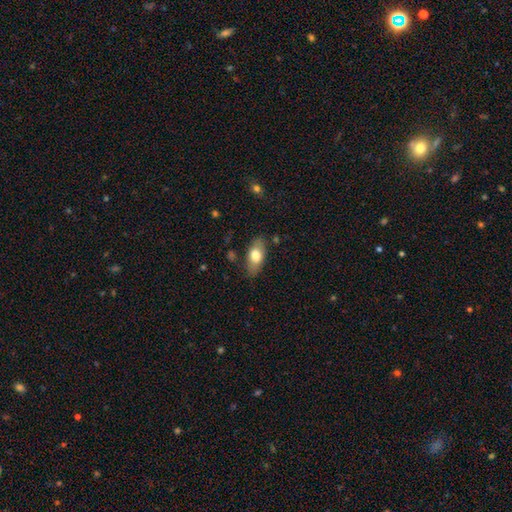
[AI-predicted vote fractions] The model was most divided on "smooth or featured": smooth: 72%, featured or disk: 21%, star or artifact: 7%. More confident: how rounded — in between (87%); merging — none (78%).